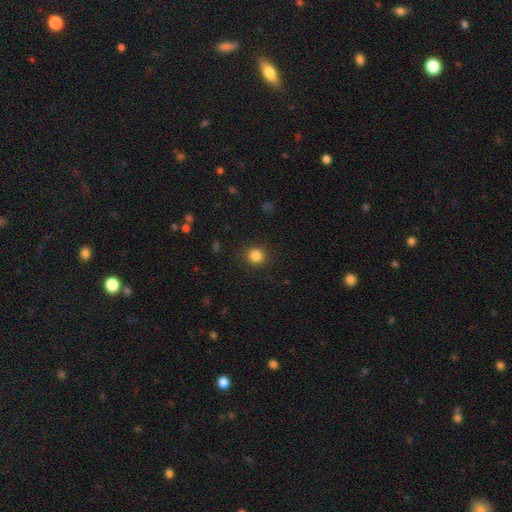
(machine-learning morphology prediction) Overall: smooth (84%). How rounded: round (90%). Merging: none (90%).